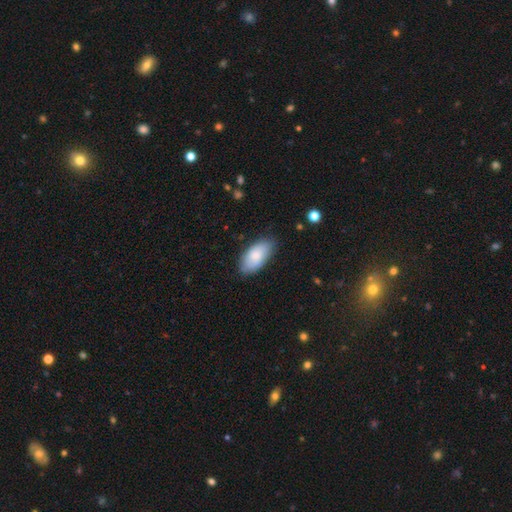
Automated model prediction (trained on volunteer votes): Smooth or featured? smooth (80%)
How rounded? in between (94%)
Merging? none (78%)